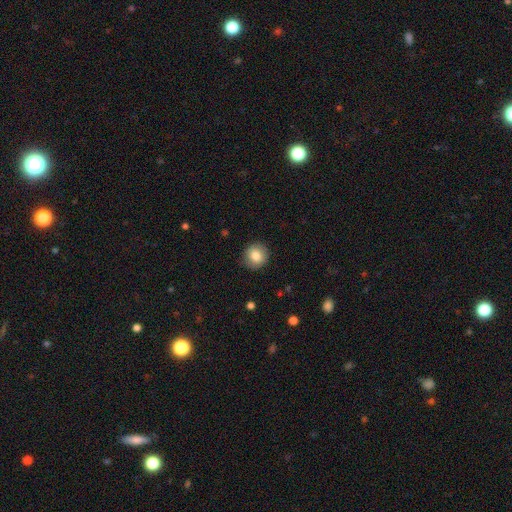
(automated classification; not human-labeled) Smooth or featured? Predicted: smooth (p=0.83). How rounded? Predicted: round (p=0.91). Merging? Predicted: none (p=0.88).